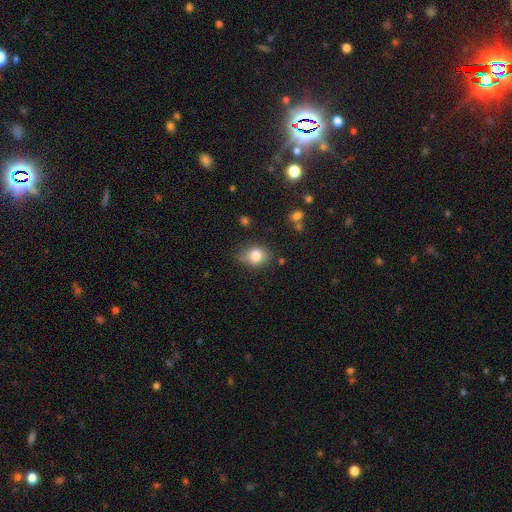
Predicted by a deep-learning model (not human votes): This is likely a smooth galaxy (80%). How rounded: possibly in between (52%). Merging: likely none (69%).